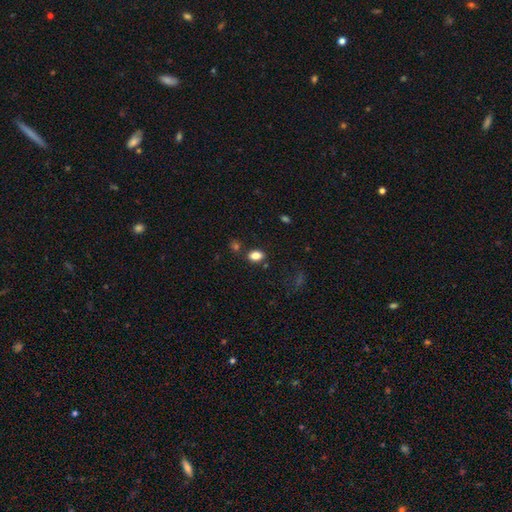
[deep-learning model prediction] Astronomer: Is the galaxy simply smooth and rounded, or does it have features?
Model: smooth — 83%.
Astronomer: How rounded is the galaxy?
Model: in between — 83%.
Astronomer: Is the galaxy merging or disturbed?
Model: none — 81%.